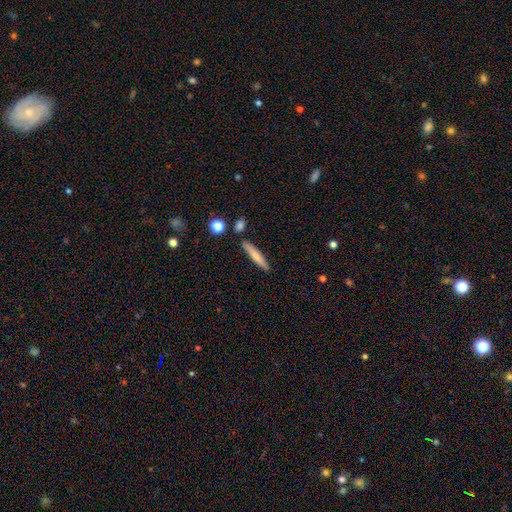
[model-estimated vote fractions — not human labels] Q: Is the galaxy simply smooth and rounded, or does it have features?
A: smooth — 70%.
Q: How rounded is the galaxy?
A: cigar-shaped — 91%.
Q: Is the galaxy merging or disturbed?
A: none — 82%.